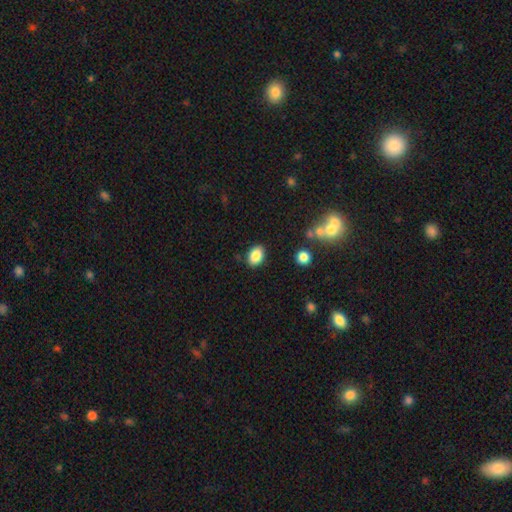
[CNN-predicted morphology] This is clearly a smooth galaxy (86%). How rounded: likely in between (79%). Merging: clearly none (87%).